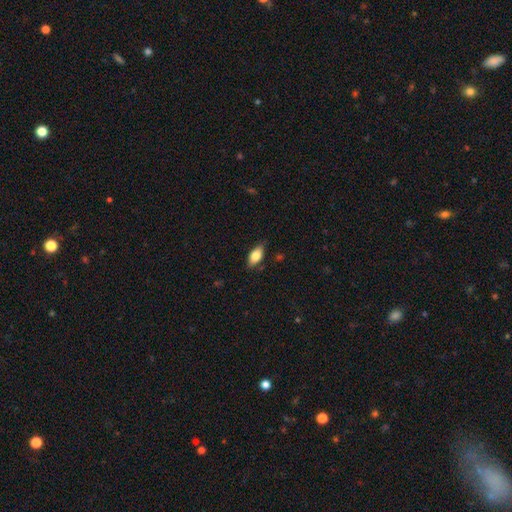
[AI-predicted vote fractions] smooth_or_featured: smooth (p=0.78) [alt: featured or disk p=0.15]
how_rounded: in between (p=0.88) [alt: cigar-shaped p=0.08]
merging: none (p=0.80) [alt: minor disturbance p=0.16]